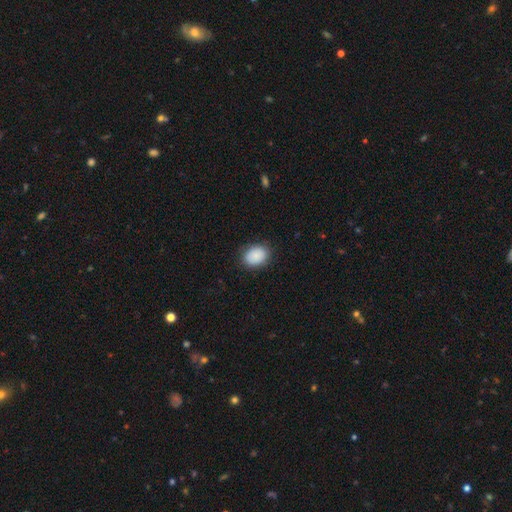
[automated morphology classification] smooth_or_featured: smooth (p=0.86) [alt: star or artifact p=0.07]
how_rounded: in between (p=0.67) [alt: round p=0.32]
merging: none (p=0.84) [alt: minor disturbance p=0.12]